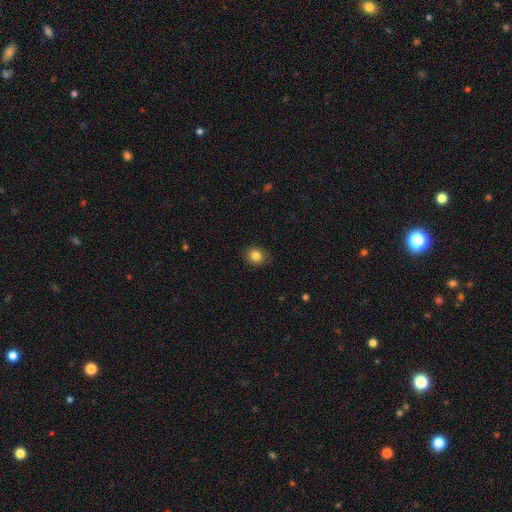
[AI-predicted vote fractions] smooth-or-featured: smooth: 84% | star or artifact: 10% | featured or disk: 5%
  how-rounded: round: 73% | in between: 26% | cigar-shaped: 1%
  merging: none: 88% | minor disturbance: 9% | major disturbance: 2% | merger: 1%